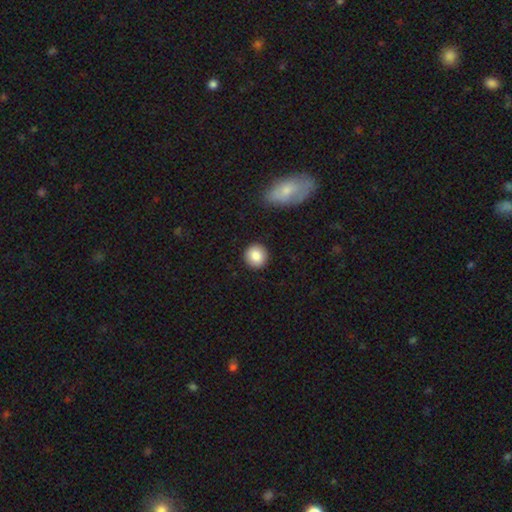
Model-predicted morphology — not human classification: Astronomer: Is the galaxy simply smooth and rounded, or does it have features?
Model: smooth — 87%.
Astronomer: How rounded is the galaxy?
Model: round — 91%.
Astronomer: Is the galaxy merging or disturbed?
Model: none — 90%.